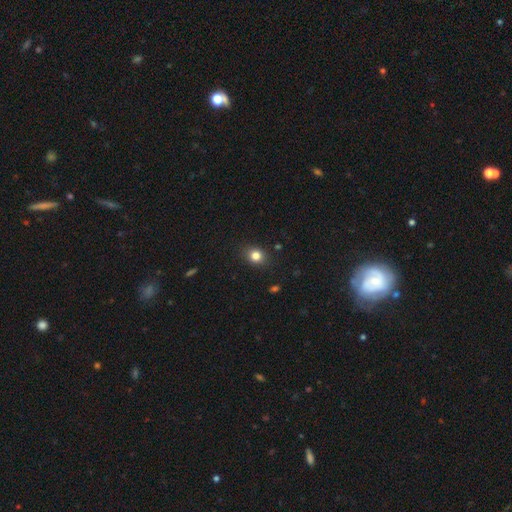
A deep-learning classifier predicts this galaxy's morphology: This is clearly a smooth galaxy (82%). How rounded: likely round (66%). Merging: clearly none (87%).